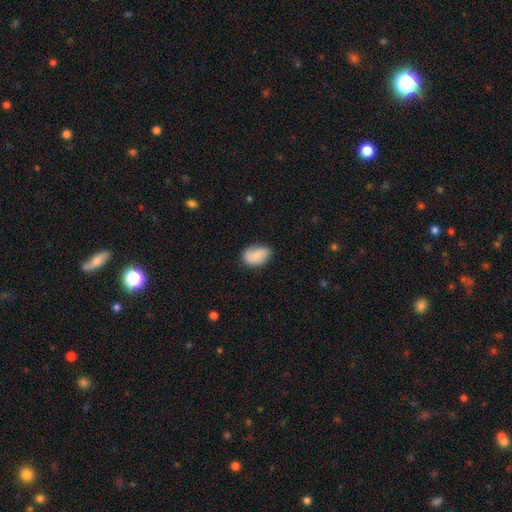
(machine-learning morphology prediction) smooth-or-featured: smooth: 77% | featured or disk: 16% | star or artifact: 7%
  how-rounded: in between: 87% | round: 12% | cigar-shaped: 1%
  merging: none: 67% | minor disturbance: 26% | major disturbance: 6% | merger: 2%